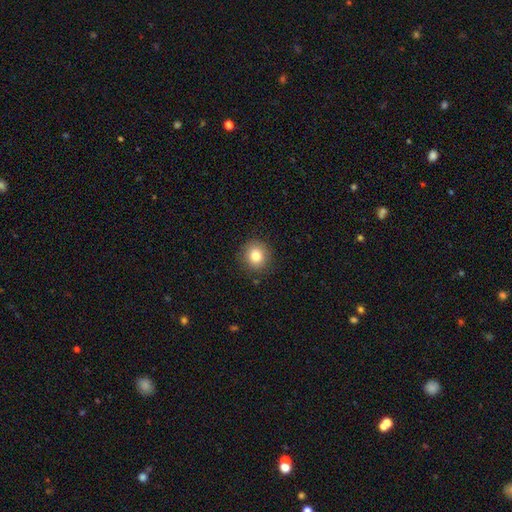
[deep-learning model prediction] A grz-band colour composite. It shows a smooth galaxy with no disk features (80%) that is round (88%). Merging: none (88%).